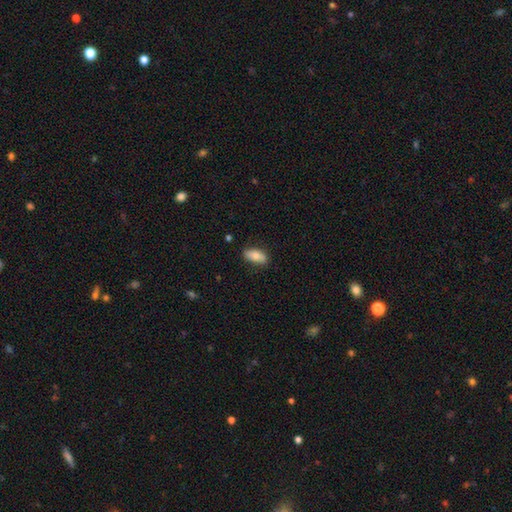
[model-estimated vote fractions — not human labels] Smooth or featured? smooth (76%)
How rounded? in between (84%)
Merging? none (80%)